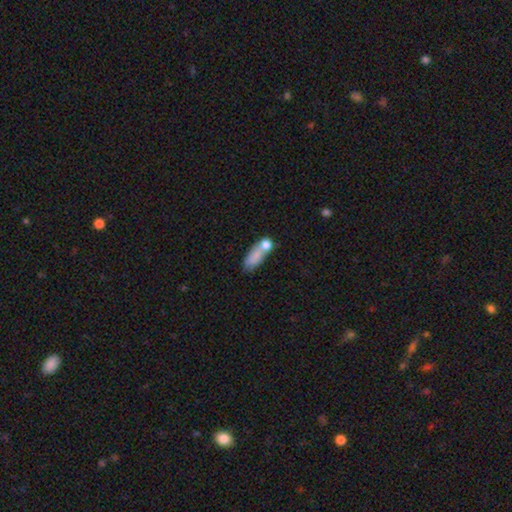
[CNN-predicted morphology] type=smooth (75%); roundness=in between (71%); merging=merger (39%).